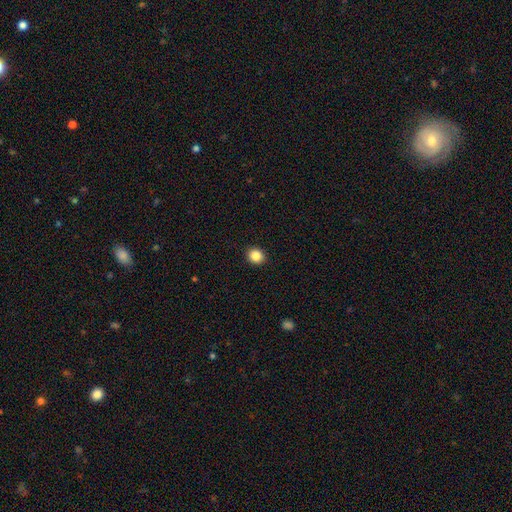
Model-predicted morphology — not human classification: A smooth galaxy with no disk features (86%) that is round (79%).

Vote fractions:
- Smooth or featured? smooth: 86% / star or artifact: 10% / featured or disk: 4%
- How rounded? round: 79% / in between: 20% / cigar-shaped: 1%
- Merging? none: 92% / minor disturbance: 5% / major disturbance: 2% / merger: 1%